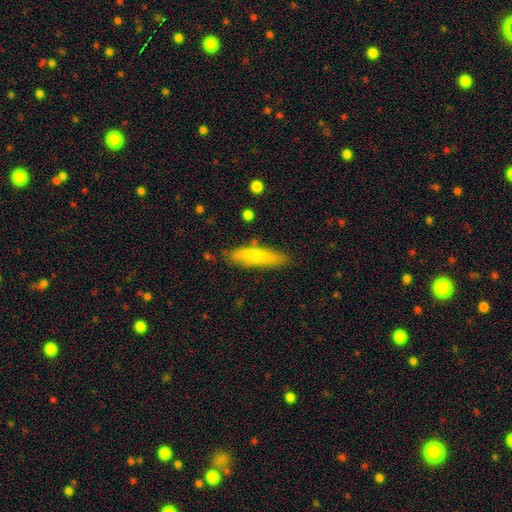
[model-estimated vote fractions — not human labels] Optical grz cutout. It shows a smooth galaxy with no disk features (76%) that is cigar-shaped (78%). Merging: none (81%).